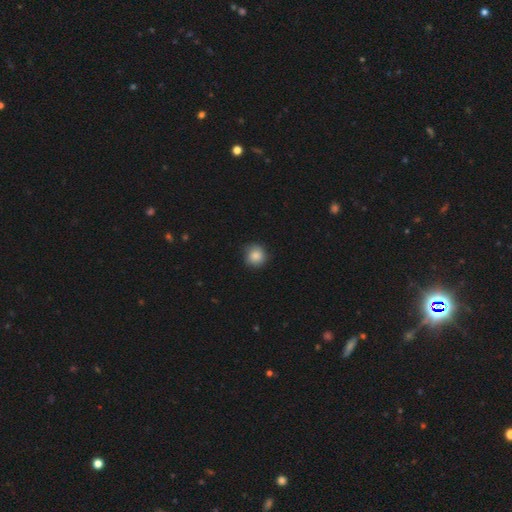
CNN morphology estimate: smooth 86%, star or artifact 8%, featured or disk 5%. Down the decision tree: how rounded — round (91%); merging — none (82%).